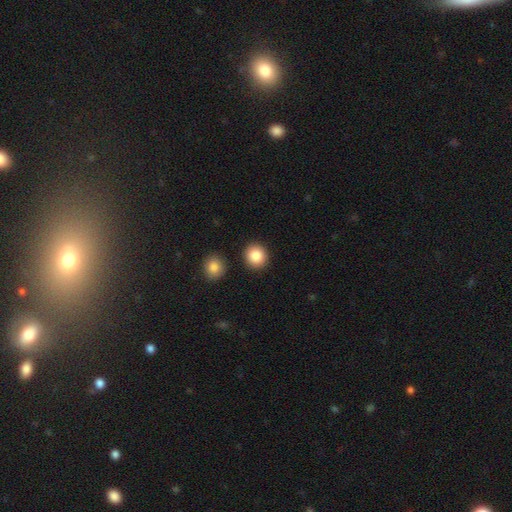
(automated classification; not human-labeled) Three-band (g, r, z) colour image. It shows a smooth galaxy with no disk features (86%) that is round (85%). Merging: none (88%).